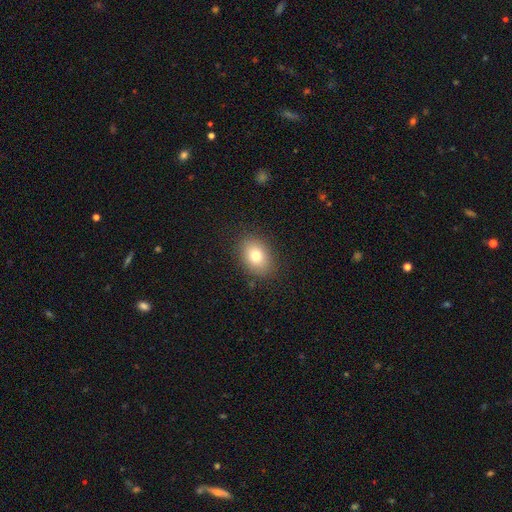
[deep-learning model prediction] Overall: smooth (78%). How rounded: in between (69%; round 30%). Merging: none (86%).